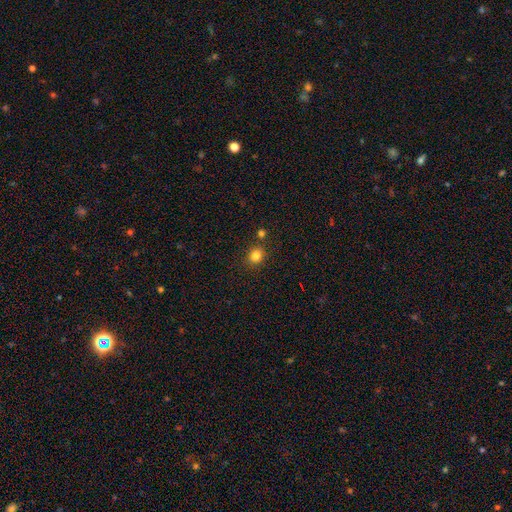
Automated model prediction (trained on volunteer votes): smooth-or-featured: smooth: 82% | star or artifact: 13% | featured or disk: 5%
  how-rounded: round: 71% | in between: 28% | cigar-shaped: 1%
  merging: none: 82% | minor disturbance: 9% | merger: 6% | major disturbance: 3%